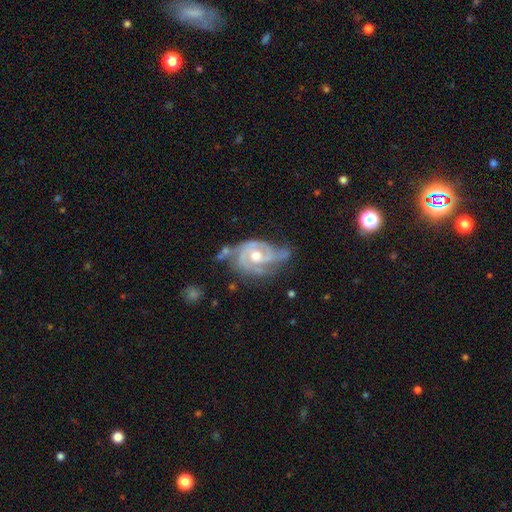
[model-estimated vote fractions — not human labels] Morphology: type=featured or disk (87%); edge-on=no (97%); bar=no (67%); spiral arms=yes (94%); winding=tight (55%); arm count=2 (48%); bulge=moderate (77%); merging=none (41%).